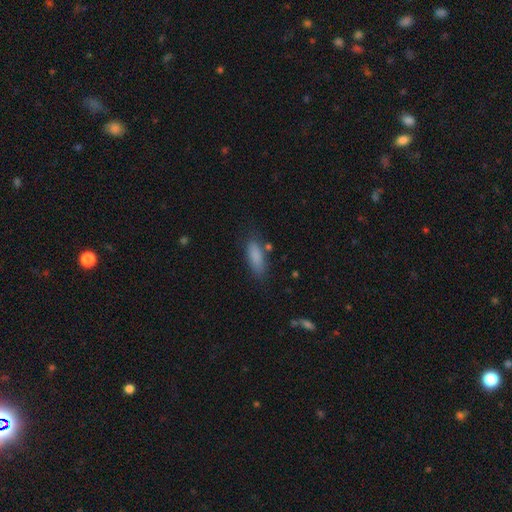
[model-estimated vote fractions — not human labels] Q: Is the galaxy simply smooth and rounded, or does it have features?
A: smooth — 85%.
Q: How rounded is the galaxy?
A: in between — 58%.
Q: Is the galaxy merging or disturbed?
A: none — 76%.